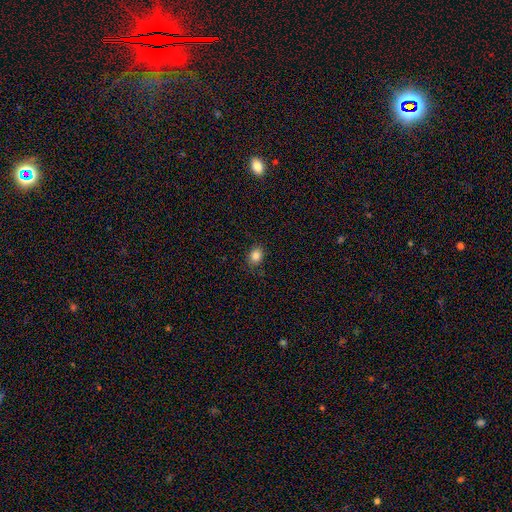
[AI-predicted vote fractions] Overall: smooth (85%). How rounded: in between (51%; round 48%). Merging: none (85%).